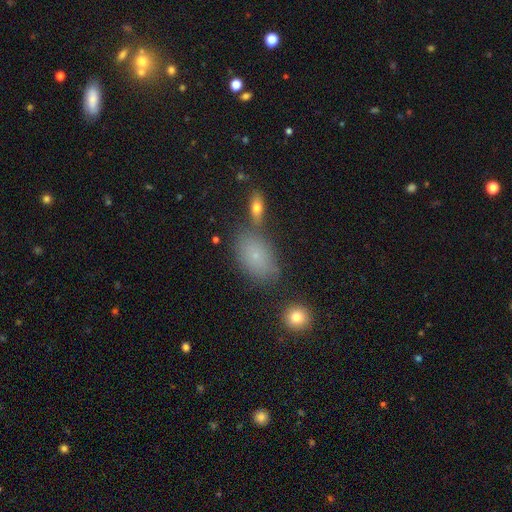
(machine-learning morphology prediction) This is likely a smooth galaxy (71%). How rounded: clearly in between (86%). Merging: likely none (65%).